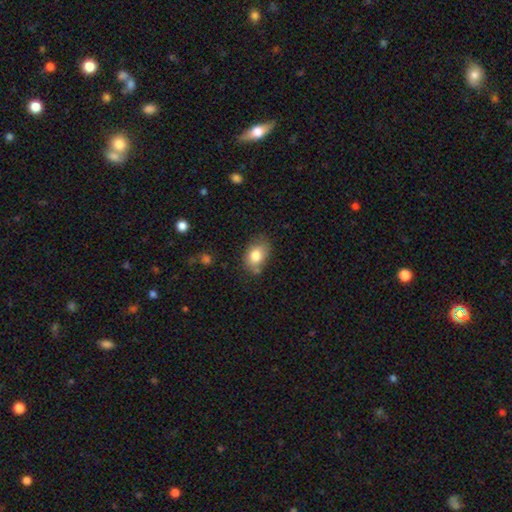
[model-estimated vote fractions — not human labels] A smooth galaxy with no disk features (81%) that is in between round and cigar-shaped (80%).

Vote fractions:
- Smooth or featured? smooth: 81% / featured or disk: 11% / star or artifact: 8%
- How rounded? in between: 80% / round: 19% / cigar-shaped: 1%
- Merging? none: 65% / minor disturbance: 24% / merger: 6% / major disturbance: 5%